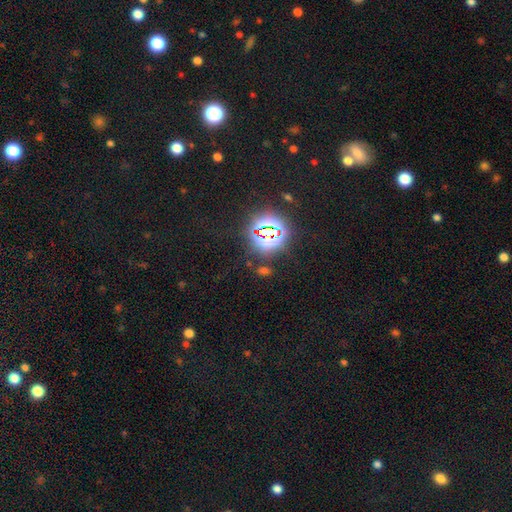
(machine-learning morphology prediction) A star or artifact, not a galaxy (77%).